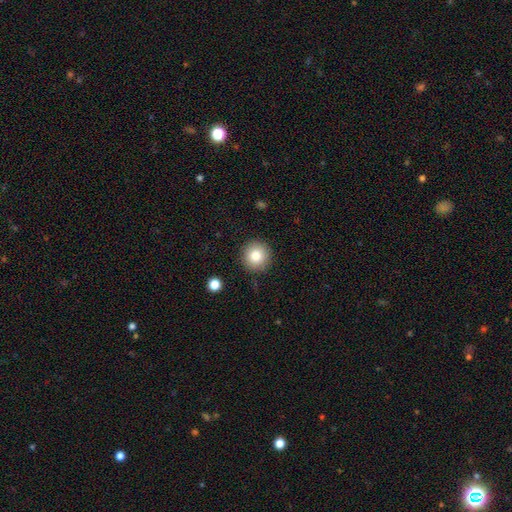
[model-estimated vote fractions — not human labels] smooth 82%, star or artifact 10%, featured or disk 8%. Down the decision tree: how rounded — round (95%); merging — none (90%).